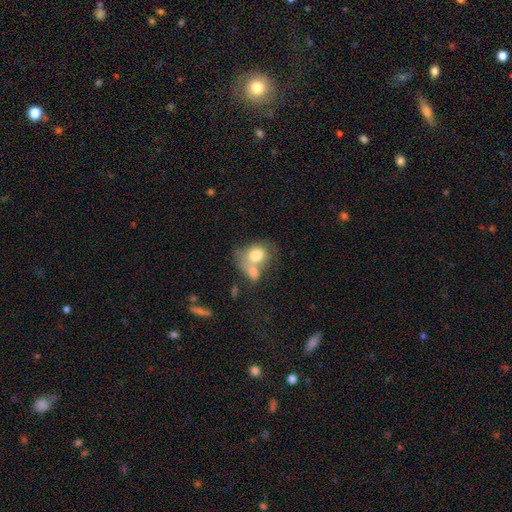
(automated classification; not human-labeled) smooth_or_featured: smooth (p=0.74) [alt: featured or disk p=0.19]
how_rounded: in between (p=0.52) [alt: round p=0.47]
merging: merger (p=0.62) [alt: none p=0.21]